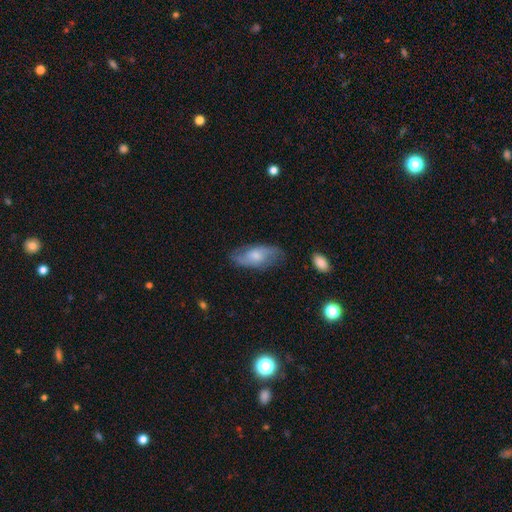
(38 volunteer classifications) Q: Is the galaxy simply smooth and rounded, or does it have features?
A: featured or disk — 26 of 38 (68%).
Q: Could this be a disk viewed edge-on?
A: no — 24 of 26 (92%).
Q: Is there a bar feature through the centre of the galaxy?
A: no — 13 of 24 (54%).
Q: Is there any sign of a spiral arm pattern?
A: yes — 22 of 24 (92%).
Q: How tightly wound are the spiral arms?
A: loose — 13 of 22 (59%).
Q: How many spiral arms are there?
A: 2 — 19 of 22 (86%).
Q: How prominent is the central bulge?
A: moderate — 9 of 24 (38%, tied with small).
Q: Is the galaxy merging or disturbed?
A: none — 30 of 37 (81%).